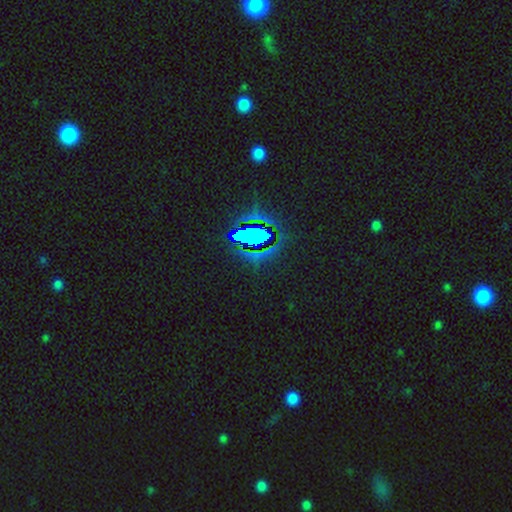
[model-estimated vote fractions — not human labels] Smooth or featured?
  - star or artifact: 81% *
  - smooth: 11%
  - featured or disk: 8%